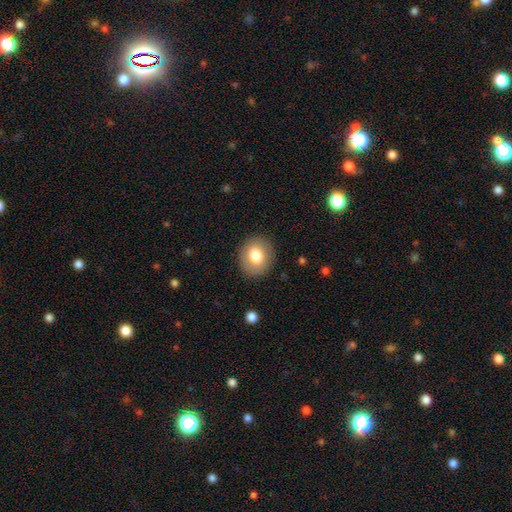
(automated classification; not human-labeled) smooth-or-featured: smooth: 79% | featured or disk: 13% | star or artifact: 9%
  how-rounded: round: 72% | in between: 27% | cigar-shaped: 1%
  merging: none: 89% | minor disturbance: 7% | major disturbance: 2% | merger: 1%